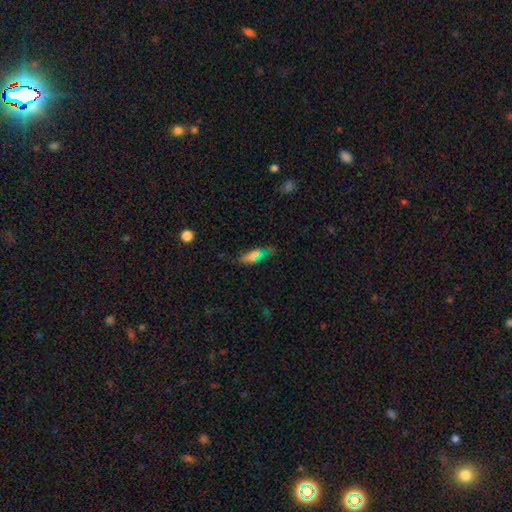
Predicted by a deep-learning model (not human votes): Q: Smooth or featured?
A: smooth (62%); runner-up: featured or disk (22%)
Q: How rounded?
A: in between (60%); runner-up: cigar-shaped (36%)
Q: Merging?
A: none (74%); runner-up: minor disturbance (18%)